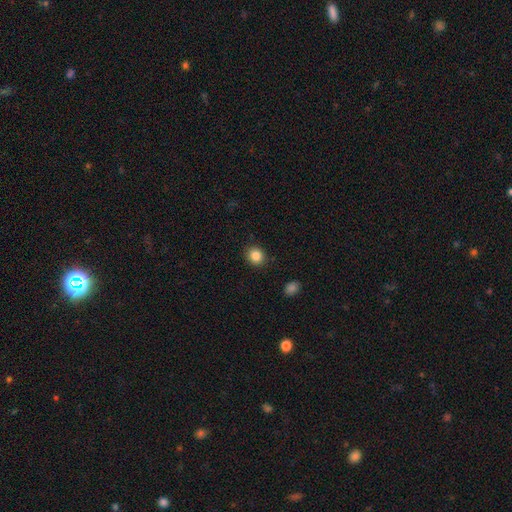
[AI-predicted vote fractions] Smooth or featured? smooth (86%)
How rounded? round (80%)
Merging? none (90%)